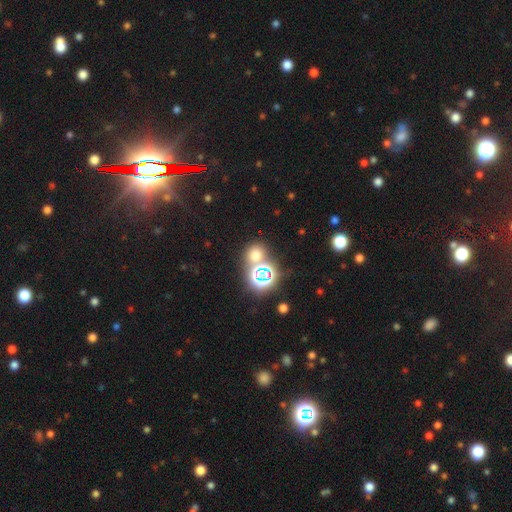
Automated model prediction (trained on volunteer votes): Smooth or featured? smooth (51%)
How rounded? round (77%)
Merging? none (65%)